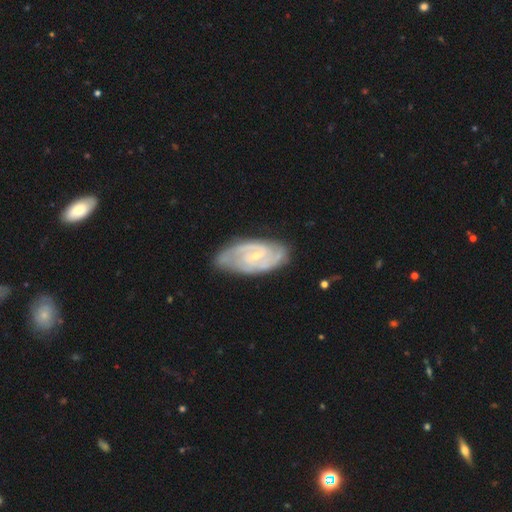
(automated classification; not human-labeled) Smooth or featured?
  - featured or disk: 84% *
  - smooth: 11%
  - star or artifact: 5%
Edge-on disk?
  - no: 95% *
  - yes: 5%
Bar?
  - weak: 52% *
  - no: 31%
  - strong: 17%
Spiral arms?
  - yes: 96% *
  - no: 4%
Spiral winding?
  - tight: 47% *
  - medium: 43%
  - loose: 10%
Spiral arm count?
  - 2: 71% *
  - can't tell: 13%
  - 3: 9%
  - 4: 3%
  - 1: 2%
  - more than 4: 2%
Bulge size?
  - small: 73% *
  - moderate: 19%
  - none: 5%
  - large: 1%
  - dominant: 1%
Merging?
  - none: 77% *
  - minor disturbance: 17%
  - major disturbance: 4%
  - merger: 2%